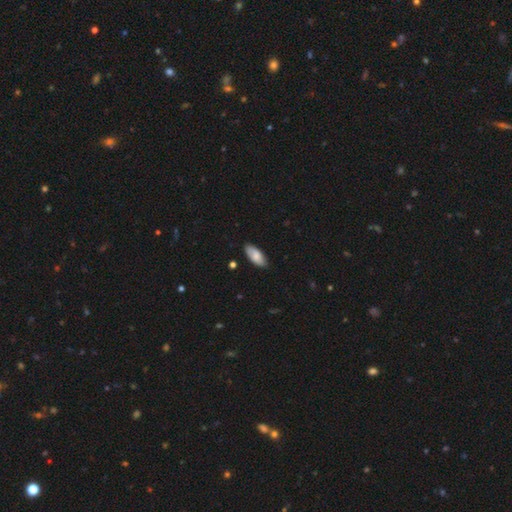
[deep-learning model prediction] Smooth or featured? smooth (79%)
How rounded? in between (88%)
Merging? none (85%)